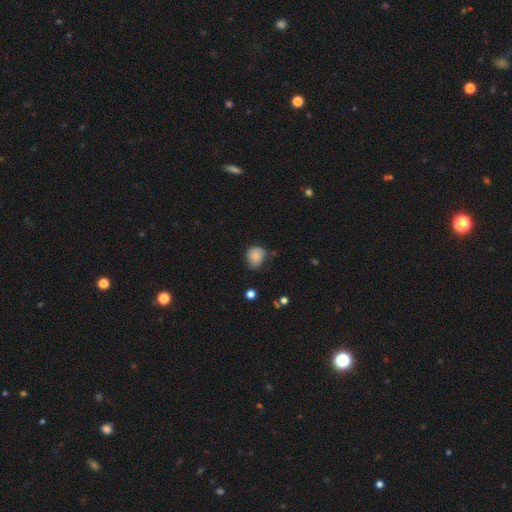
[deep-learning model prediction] Morphology: type=smooth (74%); roundness=round (71%); merging=none (55%).